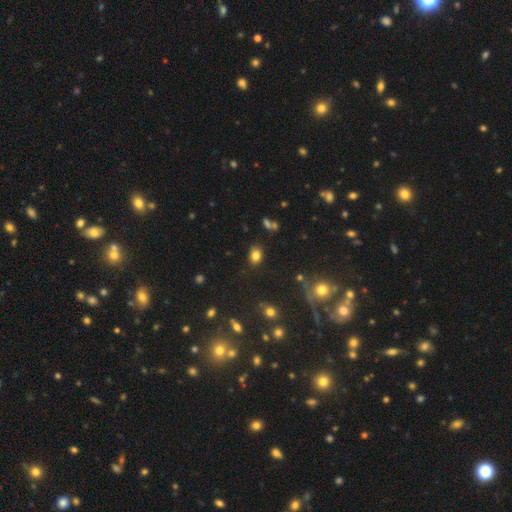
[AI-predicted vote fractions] Smooth or featured? smooth (80%)
How rounded? in between (59%)
Merging? none (79%)